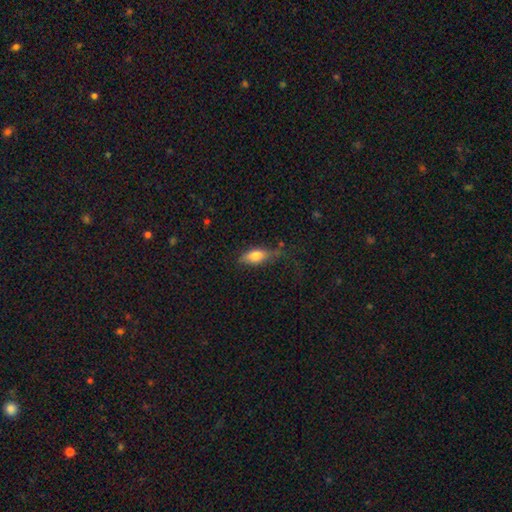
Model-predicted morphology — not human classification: A smooth galaxy with no disk features (73%) that is in between round and cigar-shaped (79%). Merging: none (54%).